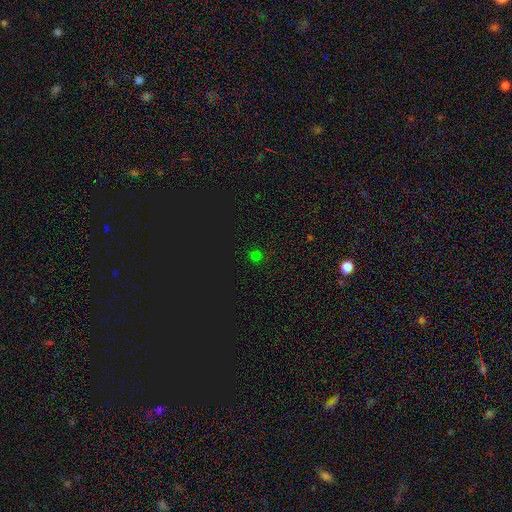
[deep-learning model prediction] Q: Smooth or featured?
A: smooth (62%); runner-up: star or artifact (34%)
Q: How rounded?
A: round (94%); runner-up: in between (5%)
Q: Merging?
A: none (89%); runner-up: minor disturbance (7%)